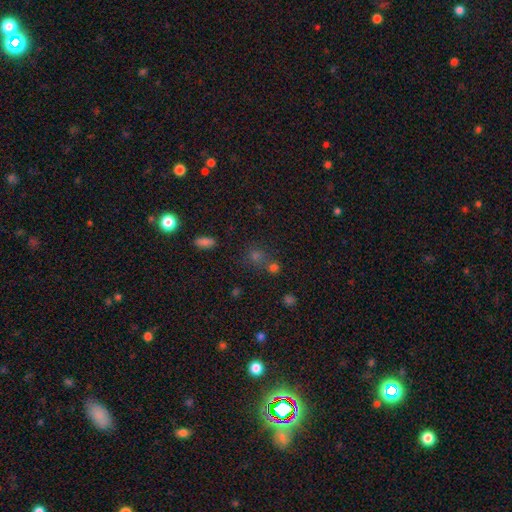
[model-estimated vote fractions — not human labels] smooth-or-featured: smooth: 53% | star or artifact: 38% | featured or disk: 9%
  how-rounded: round: 80% | in between: 18% | cigar-shaped: 2%
  merging: none: 61% | merger: 25% | minor disturbance: 9% | major disturbance: 5%